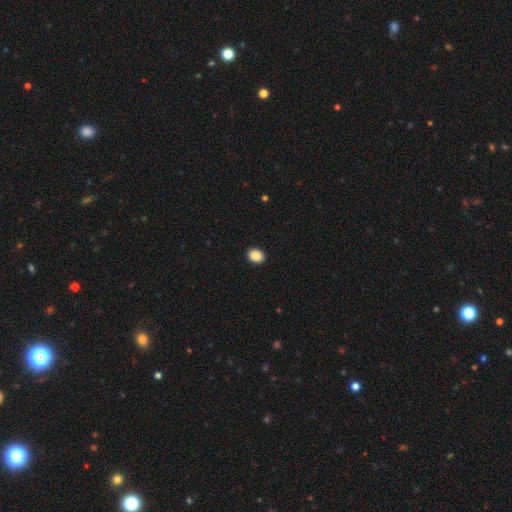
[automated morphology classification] This appears to be a smooth galaxy with no disk features (88%) that is in between round and cigar-shaped (50%). Merging: none (92%).